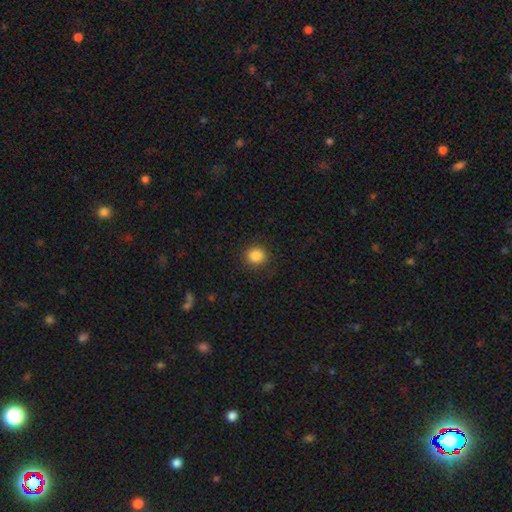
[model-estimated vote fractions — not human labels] Smooth or featured? smooth (86%)
How rounded? round (87%)
Merging? none (89%)